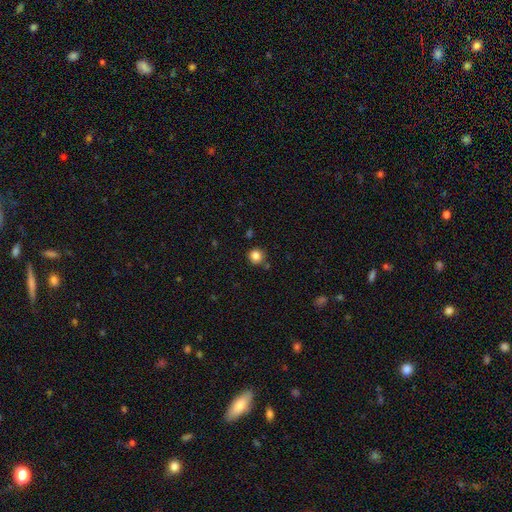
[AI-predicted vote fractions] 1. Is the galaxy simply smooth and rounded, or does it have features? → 84% smooth, 11% star or artifact, 5% featured or disk.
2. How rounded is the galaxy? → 93% round, 6% in between, 1% cigar-shaped.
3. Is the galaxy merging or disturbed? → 84% none, 9% minor disturbance, 5% merger, 2% major disturbance.